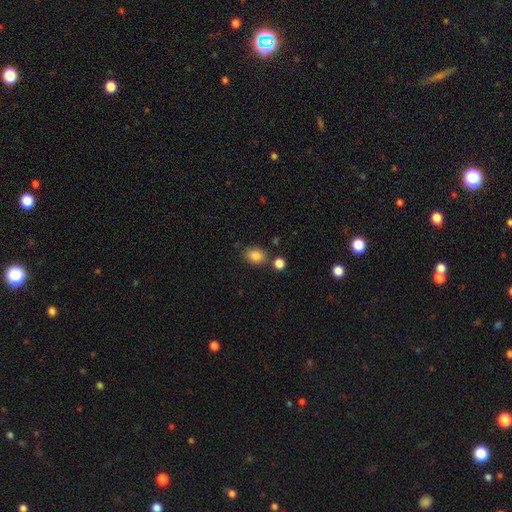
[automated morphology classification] Smooth or featured: smooth — 84% (star or artifact — 10%)
How rounded: in between — 64% (round — 35%)
Merging: none — 76% (minor disturbance — 12%)